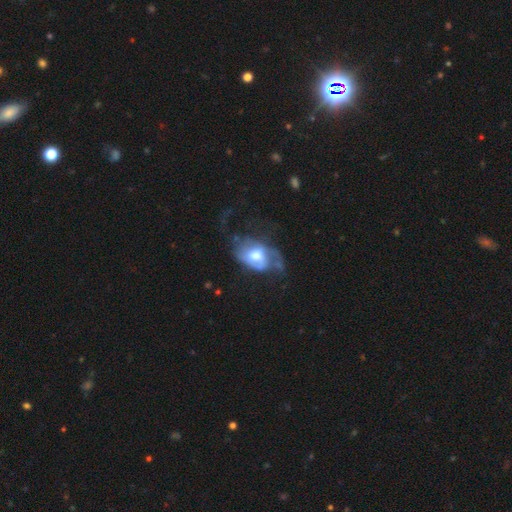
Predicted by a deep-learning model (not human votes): Morphology: type=featured or disk (60%); edge-on=no (96%); bar=no (56%); spiral arms=yes (69%); bulge=moderate (50%); merging=major disturbance (43%).